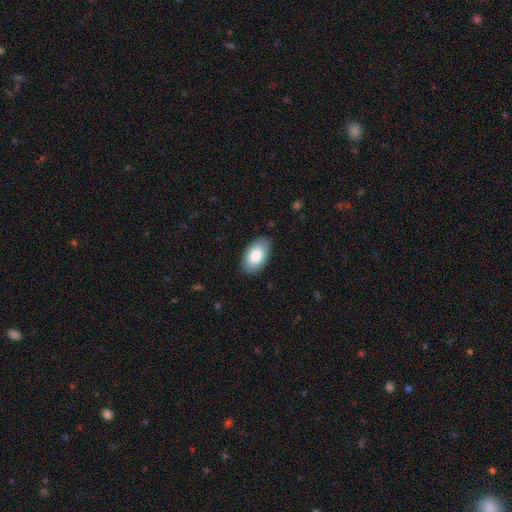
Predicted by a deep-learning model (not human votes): Morphology: type=smooth (84%); roundness=in between (95%); merging=none (85%).